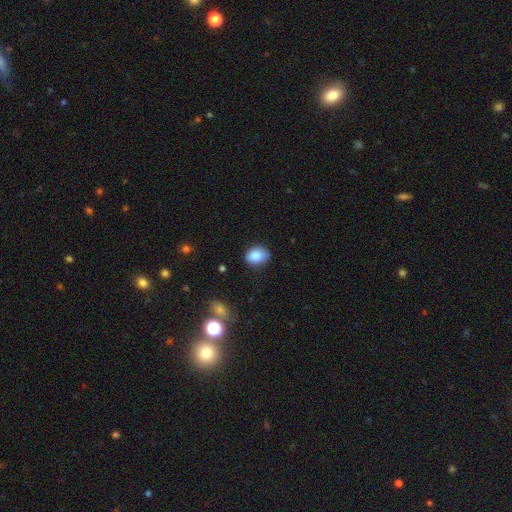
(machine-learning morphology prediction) smooth 86%, star or artifact 8%, featured or disk 6%. Down the decision tree: how rounded — in between (55%); merging — none (74%).